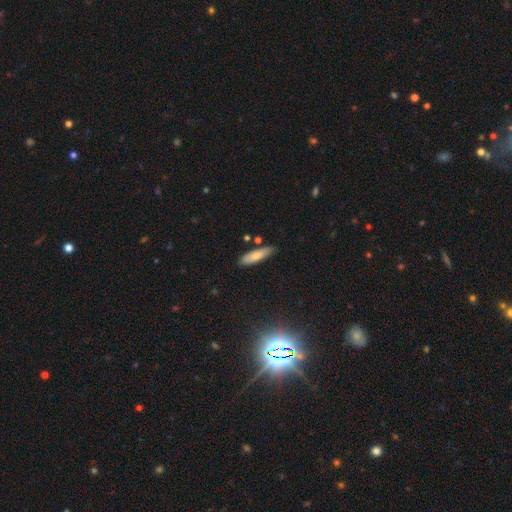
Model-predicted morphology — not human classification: Smooth or featured? Predicted: smooth (p=0.75). How rounded? Predicted: cigar-shaped (p=0.60). Merging? Predicted: none (p=0.79).